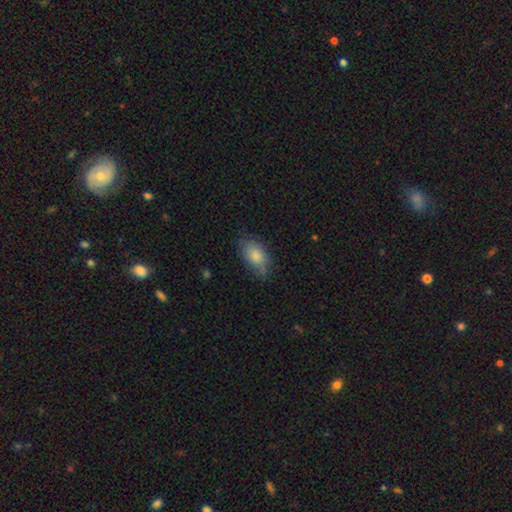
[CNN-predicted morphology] Smooth or featured?
  - smooth: 79% *
  - featured or disk: 14%
  - star or artifact: 7%
How rounded?
  - in between: 91% *
  - round: 7%
  - cigar-shaped: 3%
Merging?
  - none: 66% *
  - minor disturbance: 26%
  - major disturbance: 7%
  - merger: 1%